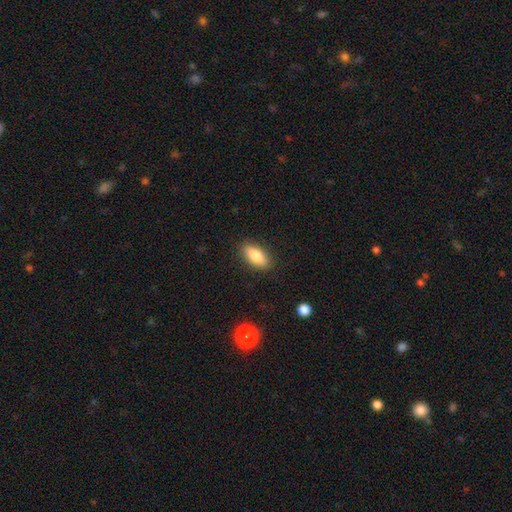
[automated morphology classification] The model was most divided on "how rounded": in between: 80%, cigar-shaped: 17%, round: 3%. More confident: merging — none (87%); smooth or featured — smooth (81%).